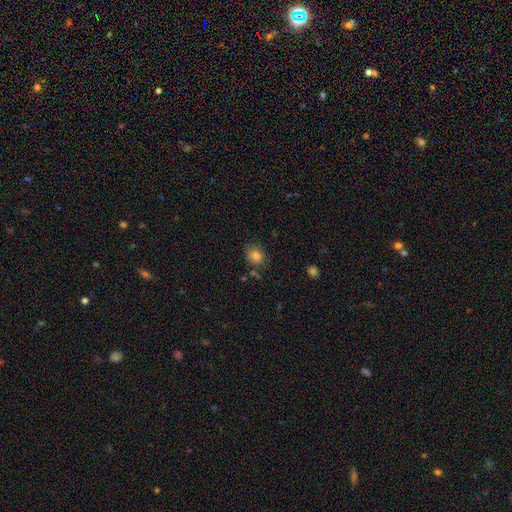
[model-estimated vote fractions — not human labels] A smooth galaxy with no disk features (82%) that is round (66%). Merging: none (74%).